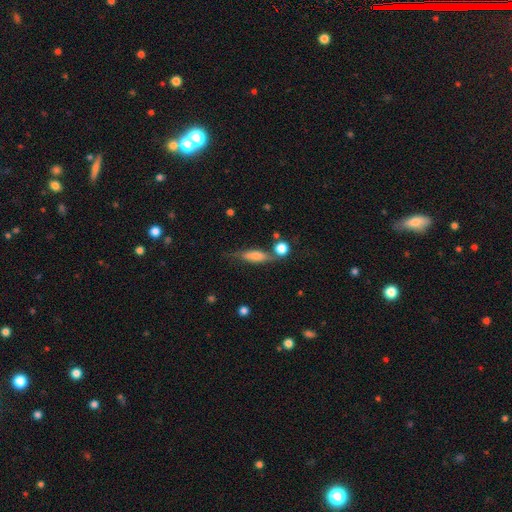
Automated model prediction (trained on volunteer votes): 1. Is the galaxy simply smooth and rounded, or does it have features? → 47% smooth, 44% featured or disk, 9% star or artifact.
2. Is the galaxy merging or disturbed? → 56% none, 22% minor disturbance, 12% merger, 10% major disturbance.